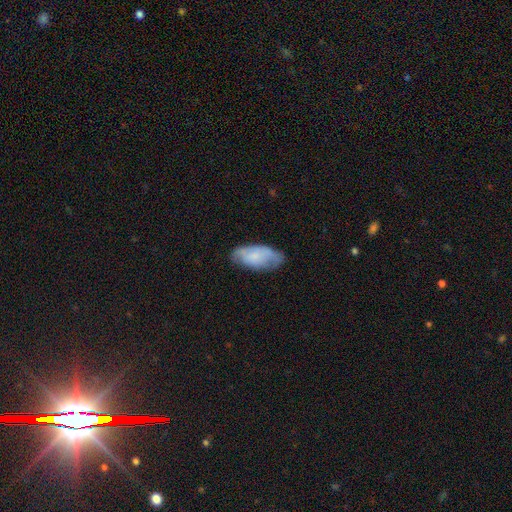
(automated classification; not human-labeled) Morphology: type=smooth (62%); roundness=in between (91%); merging=none (63%).